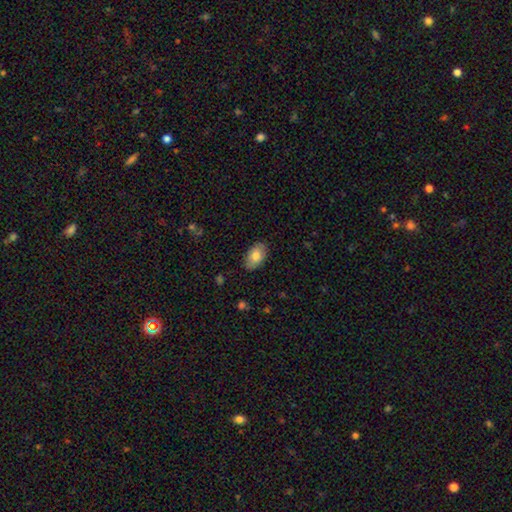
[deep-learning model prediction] smooth_or_featured: smooth (p=0.80) [alt: featured or disk p=0.14]
how_rounded: in between (p=0.93) [alt: round p=0.06]
merging: none (p=0.85) [alt: minor disturbance p=0.12]